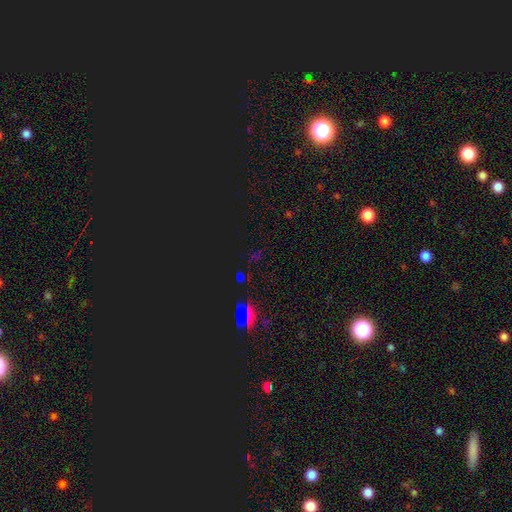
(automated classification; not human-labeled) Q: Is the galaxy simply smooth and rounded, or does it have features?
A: star or artifact — 77%.